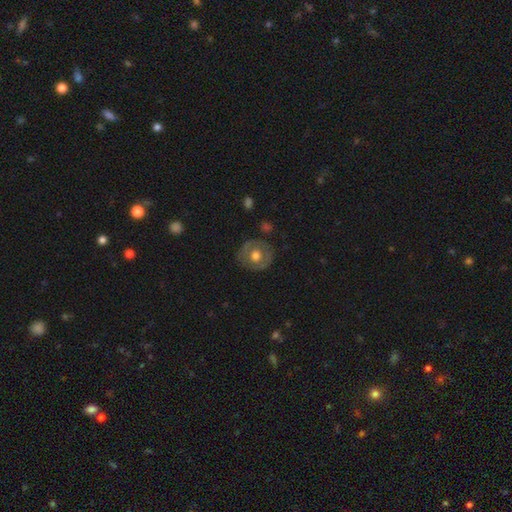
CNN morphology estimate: smooth_or_featured: smooth (p=0.51) [alt: featured or disk p=0.42]
how_rounded: round (p=0.84) [alt: in between p=0.15]
merging: none (p=0.82) [alt: minor disturbance p=0.12]